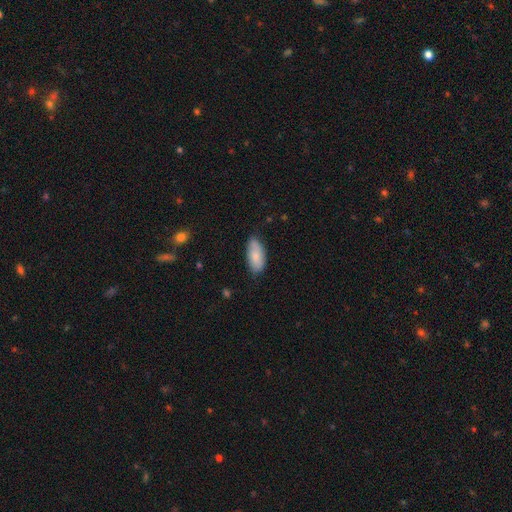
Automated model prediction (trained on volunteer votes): A smooth galaxy with no disk features (81%) that is in between round and cigar-shaped (90%).

Vote fractions:
- Smooth or featured? smooth: 81% / featured or disk: 13% / star or artifact: 6%
- How rounded? in between: 90% / cigar-shaped: 7% / round: 2%
- Merging? none: 73% / minor disturbance: 22% / major disturbance: 3% / merger: 1%